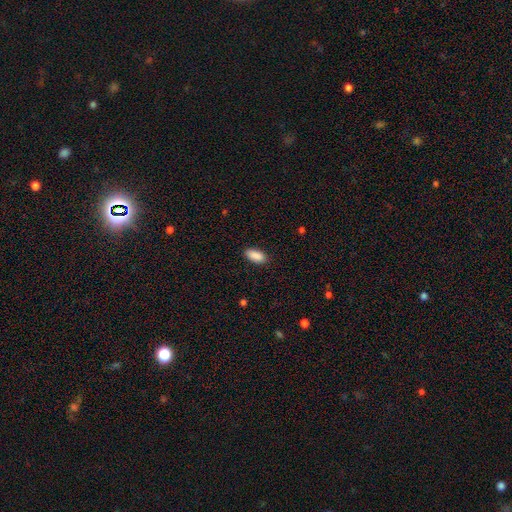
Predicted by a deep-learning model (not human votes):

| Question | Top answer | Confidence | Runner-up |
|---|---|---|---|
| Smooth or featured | smooth | 90% | star or artifact (7%) |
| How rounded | in between | 90% | cigar-shaped (8%) |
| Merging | none | 88% | minor disturbance (9%) |